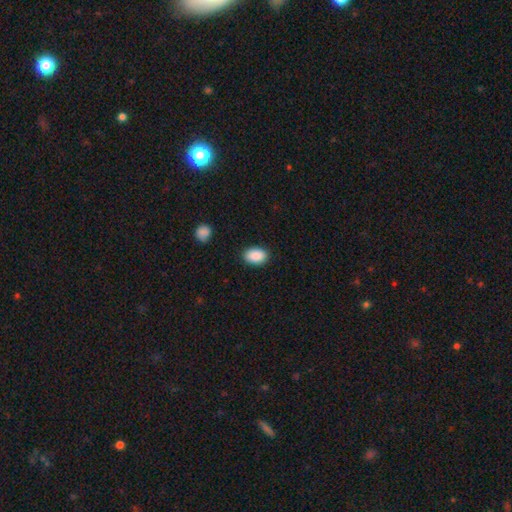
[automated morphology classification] A smooth galaxy with no disk features (90%) that is in between round and cigar-shaped (87%). Merging: none (88%).